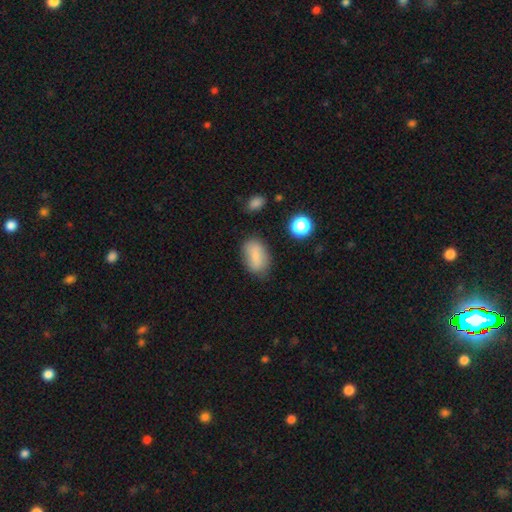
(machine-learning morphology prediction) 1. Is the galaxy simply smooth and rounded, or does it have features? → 77% smooth, 13% featured or disk, 10% star or artifact.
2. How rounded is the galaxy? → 87% in between, 11% round, 2% cigar-shaped.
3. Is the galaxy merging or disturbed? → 71% none, 20% minor disturbance, 5% major disturbance, 3% merger.